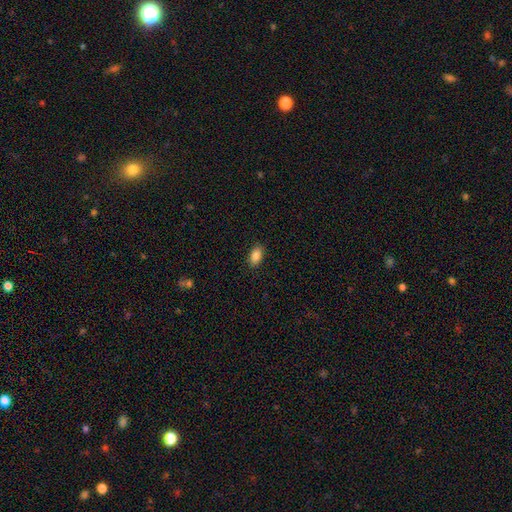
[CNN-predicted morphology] smooth 88%, star or artifact 8%, featured or disk 4%. Down the decision tree: how rounded — in between (92%); merging — none (88%).